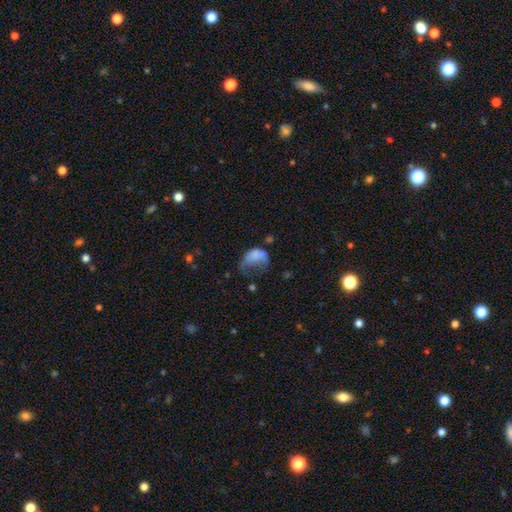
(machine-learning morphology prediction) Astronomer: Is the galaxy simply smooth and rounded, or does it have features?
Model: smooth — 65%.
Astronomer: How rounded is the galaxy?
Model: in between — 85%.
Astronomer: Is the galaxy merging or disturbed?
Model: major disturbance — 55%.